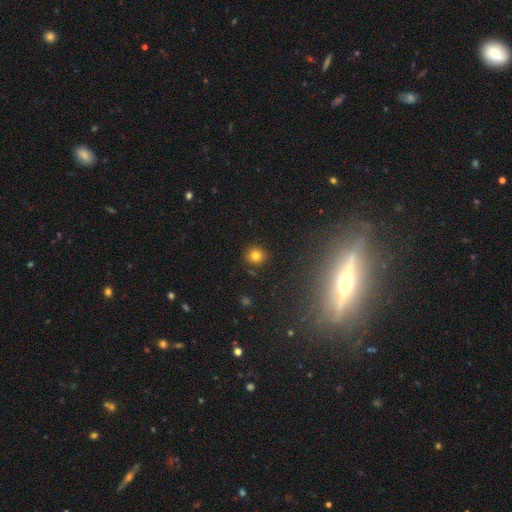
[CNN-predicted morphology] Smooth or featured?
  - smooth: 79% *
  - star or artifact: 14%
  - featured or disk: 7%
How rounded?
  - round: 93% *
  - in between: 6%
  - cigar-shaped: 1%
Merging?
  - none: 89% *
  - minor disturbance: 7%
  - major disturbance: 2%
  - merger: 2%